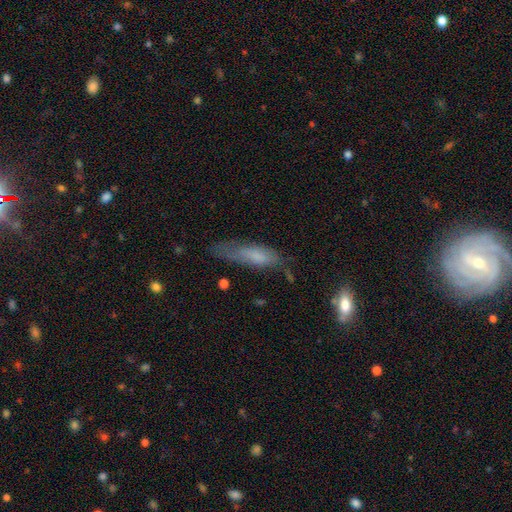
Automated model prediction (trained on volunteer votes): Smooth or featured? Predicted: smooth (p=0.65). How rounded? Predicted: cigar-shaped (p=0.63). Merging? Predicted: none (p=0.50).